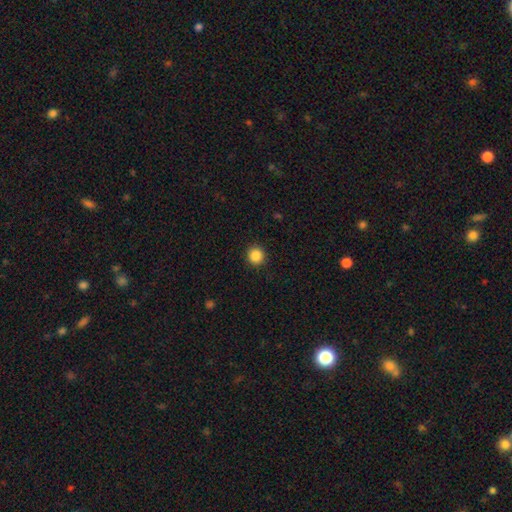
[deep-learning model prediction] Smooth or featured?
  - smooth: 87% *
  - star or artifact: 10%
  - featured or disk: 3%
How rounded?
  - round: 94% *
  - in between: 5%
  - cigar-shaped: 1%
Merging?
  - none: 92% *
  - minor disturbance: 5%
  - major disturbance: 2%
  - merger: 1%